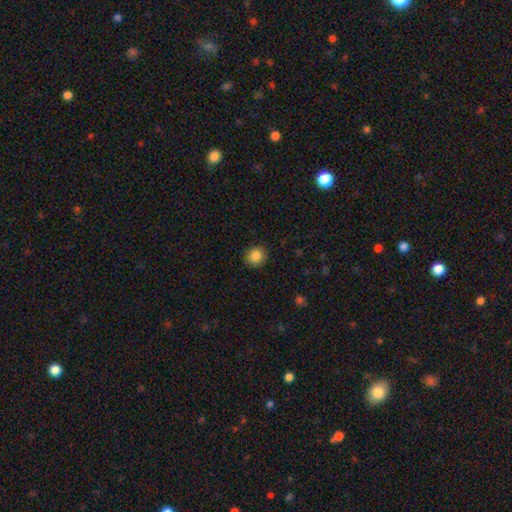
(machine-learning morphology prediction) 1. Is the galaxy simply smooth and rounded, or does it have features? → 86% smooth, 9% star or artifact, 5% featured or disk.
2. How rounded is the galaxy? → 88% round, 11% in between, 1% cigar-shaped.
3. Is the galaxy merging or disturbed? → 90% none, 7% minor disturbance, 2% major disturbance, 1% merger.